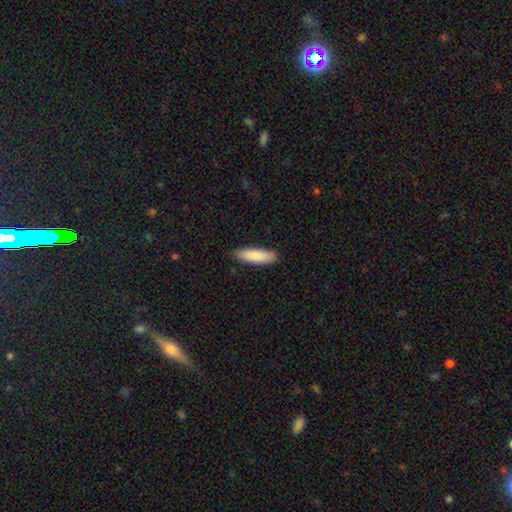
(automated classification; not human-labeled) This is clearly a smooth galaxy (86%). How rounded: possibly cigar-shaped (58%). Merging: clearly none (85%).